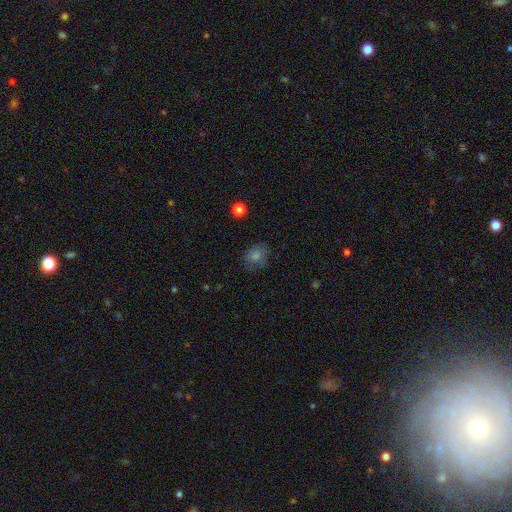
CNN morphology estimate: Smooth or featured?
  - smooth: 66% *
  - star or artifact: 18%
  - featured or disk: 16%
How rounded?
  - round: 63% *
  - in between: 36%
  - cigar-shaped: 1%
Merging?
  - none: 81% *
  - minor disturbance: 14%
  - major disturbance: 4%
  - merger: 1%